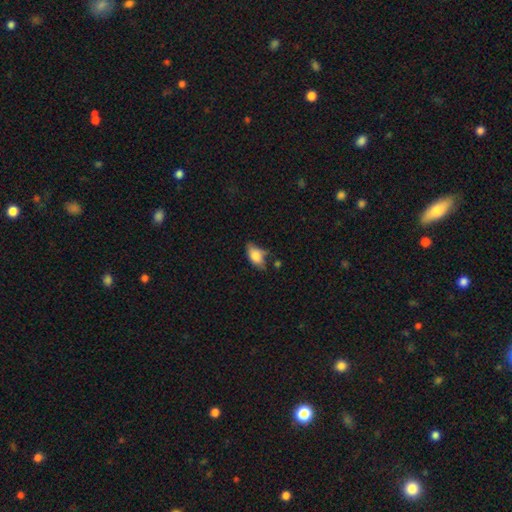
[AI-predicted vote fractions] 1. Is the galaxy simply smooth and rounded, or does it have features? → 79% smooth, 13% featured or disk, 8% star or artifact.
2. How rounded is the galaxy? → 90% in between, 5% cigar-shaped, 5% round.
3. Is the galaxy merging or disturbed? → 46% none, 34% minor disturbance, 12% major disturbance, 7% merger.